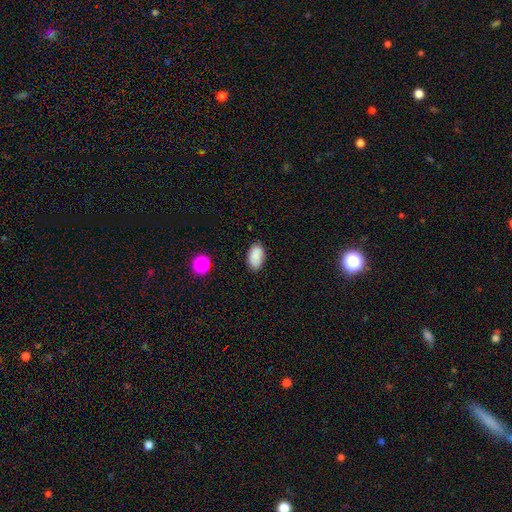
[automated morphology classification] Smooth or featured? Predicted: smooth (p=0.89). How rounded? Predicted: in between (p=0.93). Merging? Predicted: none (p=0.83).